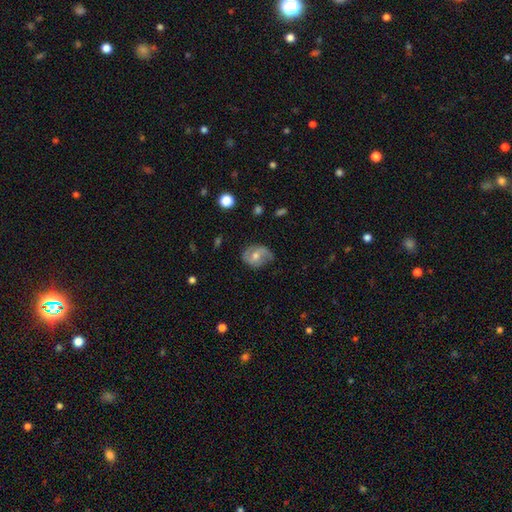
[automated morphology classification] Smooth or featured? Predicted: featured or disk (p=0.70). Edge-on disk? Predicted: no (p=0.97). Bar? Predicted: no (p=0.54). Spiral arms? Predicted: yes (p=0.88). Spiral winding? Predicted: medium (p=0.44). Spiral arm count? Predicted: 2 (p=0.78). Bulge size? Predicted: moderate (p=0.66). Merging? Predicted: none (p=0.69).